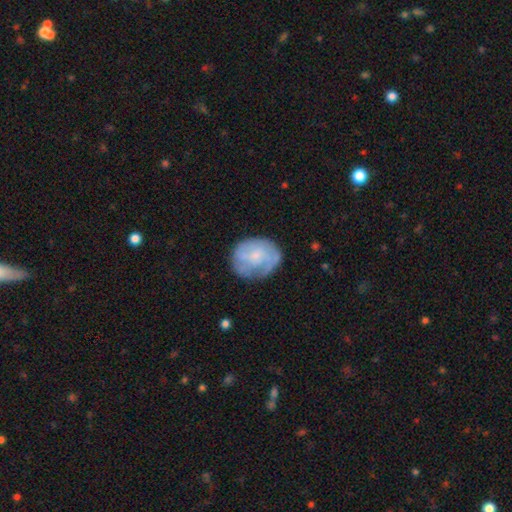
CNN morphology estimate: Q: Smooth or featured?
A: featured or disk (54%); runner-up: smooth (39%)
Q: Edge-on disk?
A: no (98%); runner-up: yes (2%)
Q: Bar?
A: no (72%); runner-up: weak (25%)
Q: Spiral arms?
A: yes (73%); runner-up: no (27%)
Q: Bulge size?
A: small (57%); runner-up: moderate (23%)
Q: Merging?
A: none (66%); runner-up: minor disturbance (22%)